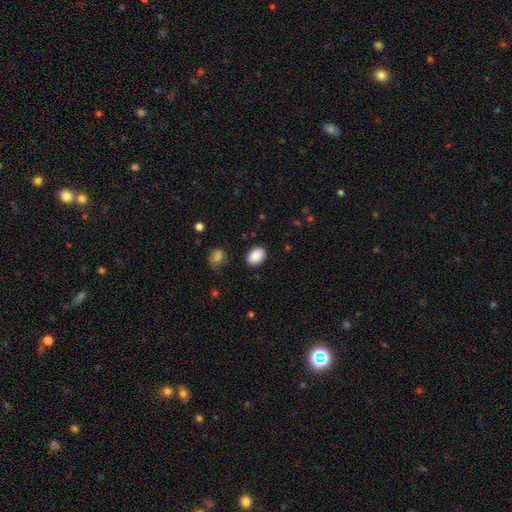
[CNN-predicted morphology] This appears to be a smooth galaxy with no disk features (89%) that is in between round and cigar-shaped (77%). Merging: none (86%).